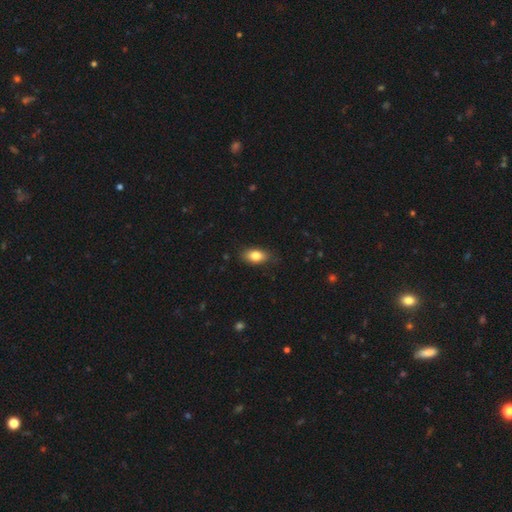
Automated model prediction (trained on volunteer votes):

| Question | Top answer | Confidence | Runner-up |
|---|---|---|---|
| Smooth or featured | smooth | 83% | featured or disk (10%) |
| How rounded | in between | 88% | round (6%) |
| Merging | none | 83% | minor disturbance (14%) |